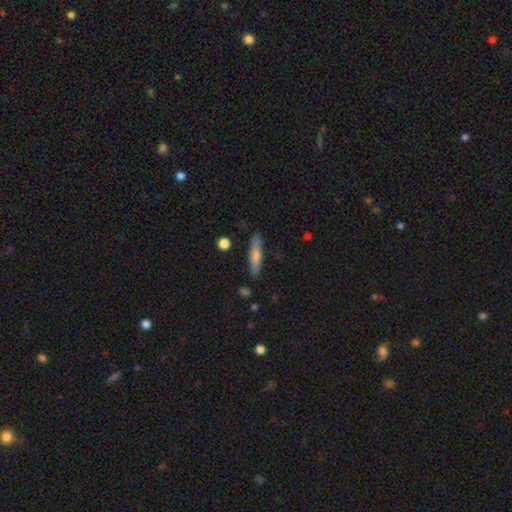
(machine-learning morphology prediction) This is possibly a smooth galaxy (59%). How rounded: clearly cigar-shaped (88%). Merging: clearly none (85%).